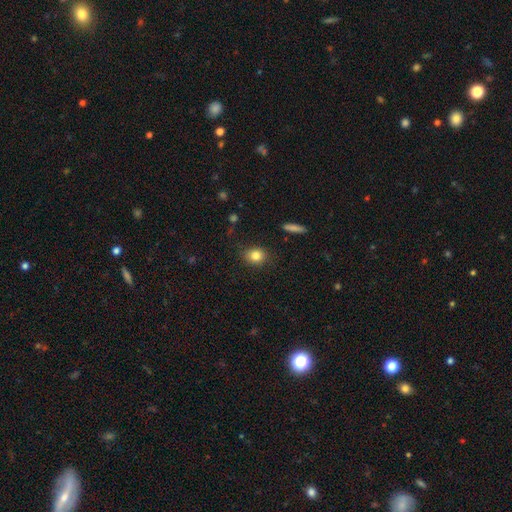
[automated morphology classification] A smooth galaxy with no disk features (83%) that is round (58%). Merging: none (86%).